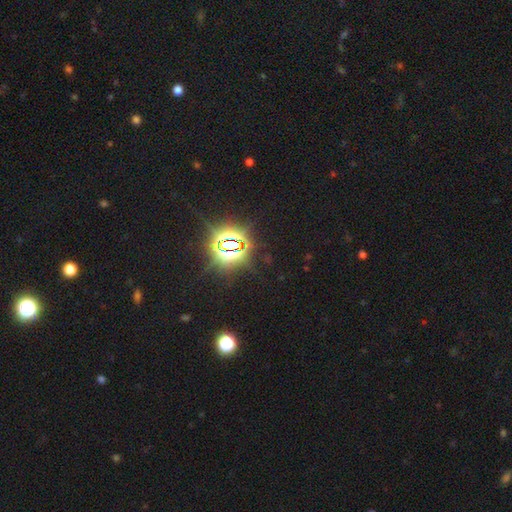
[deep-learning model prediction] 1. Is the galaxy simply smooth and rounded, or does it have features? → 84% star or artifact, 10% smooth, 6% featured or disk.